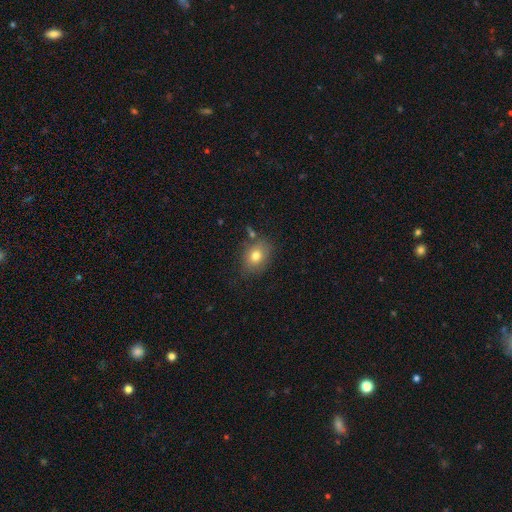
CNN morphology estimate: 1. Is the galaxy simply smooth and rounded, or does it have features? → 78% smooth, 13% featured or disk, 10% star or artifact.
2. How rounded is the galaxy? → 64% in between, 35% round, 1% cigar-shaped.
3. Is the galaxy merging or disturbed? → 72% none, 17% minor disturbance, 6% merger, 5% major disturbance.